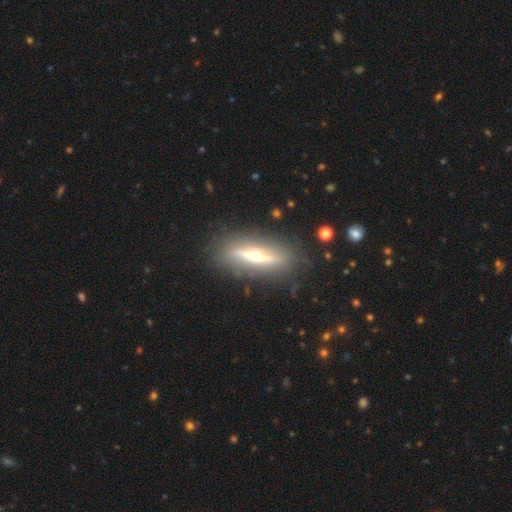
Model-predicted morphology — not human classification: The model was most divided on "smooth or featured": featured or disk: 74%, smooth: 20%, star or artifact: 6%. More confident: edge-on bulge — rounded (94%); edge-on disk — yes (87%); merging — none (86%).